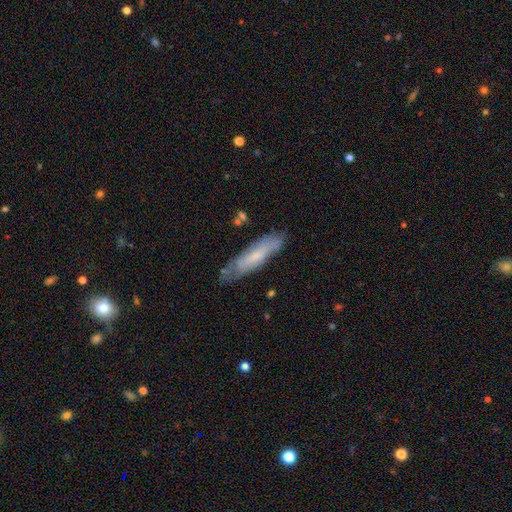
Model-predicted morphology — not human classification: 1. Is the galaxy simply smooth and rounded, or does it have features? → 53% smooth, 41% featured or disk, 7% star or artifact.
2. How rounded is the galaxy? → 70% cigar-shaped, 28% in between, 1% round.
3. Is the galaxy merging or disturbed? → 70% none, 23% minor disturbance, 5% major disturbance, 2% merger.